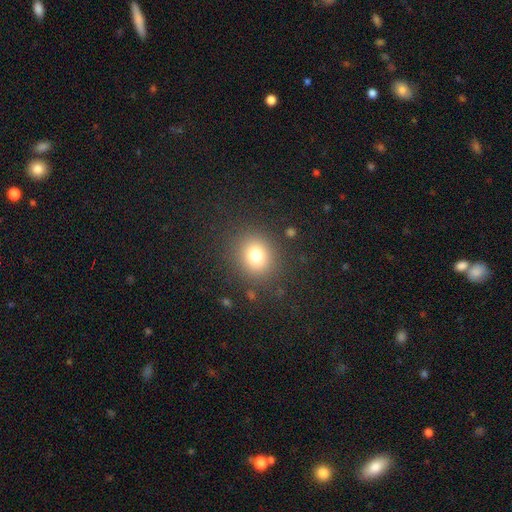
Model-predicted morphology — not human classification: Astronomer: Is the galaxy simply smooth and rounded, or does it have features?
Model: smooth — 76%.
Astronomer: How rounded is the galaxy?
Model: round — 81%.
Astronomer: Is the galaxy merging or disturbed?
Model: none — 86%.